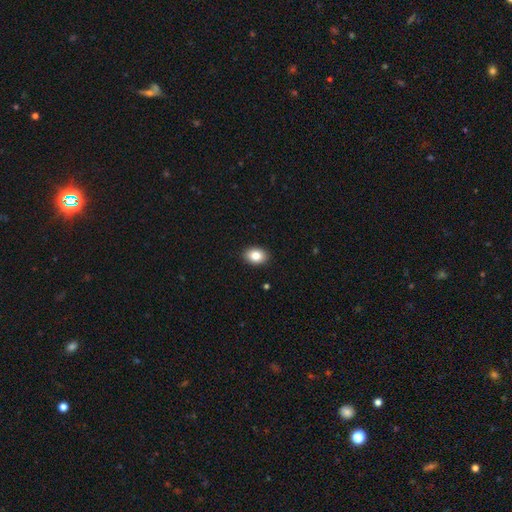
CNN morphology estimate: A smooth galaxy with no disk features (85%) that is in between round and cigar-shaped (76%). Merging: none (91%).